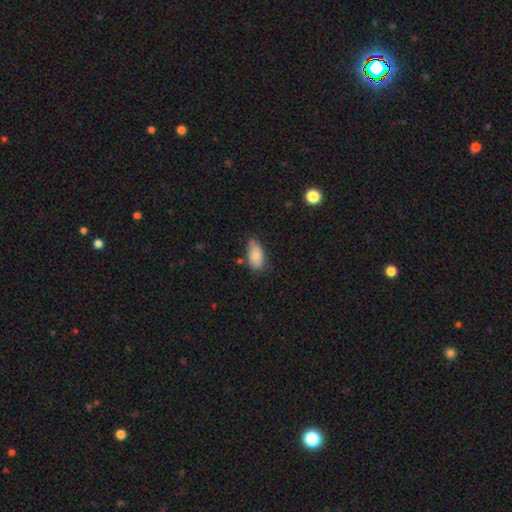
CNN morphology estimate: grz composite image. It shows a smooth galaxy with no disk features (77%) that is in between round and cigar-shaped (93%). Merging: none (56%).